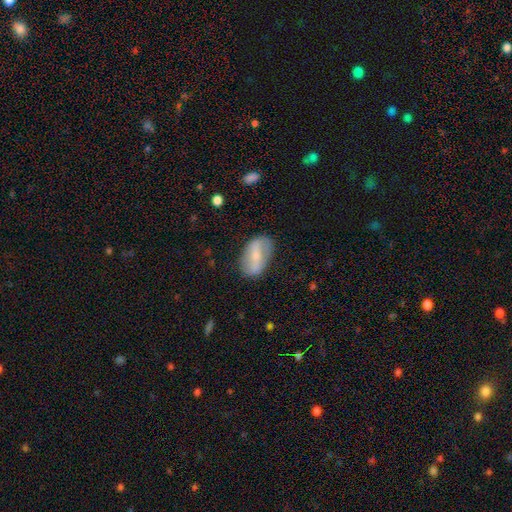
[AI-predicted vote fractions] Smooth or featured? featured or disk (48%)
Merging? none (77%)